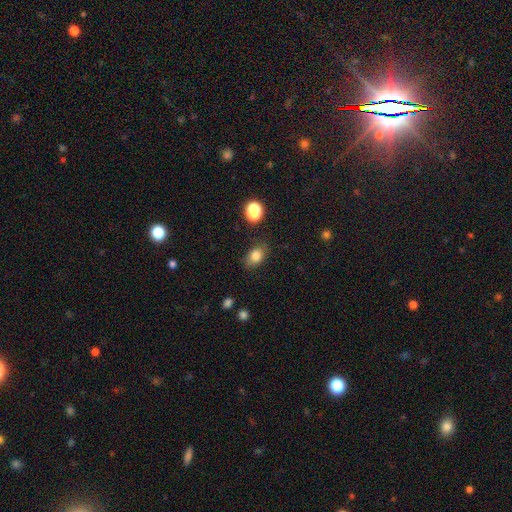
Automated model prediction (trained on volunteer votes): Morphology: type=smooth (81%); roundness=in between (75%); merging=none (77%).